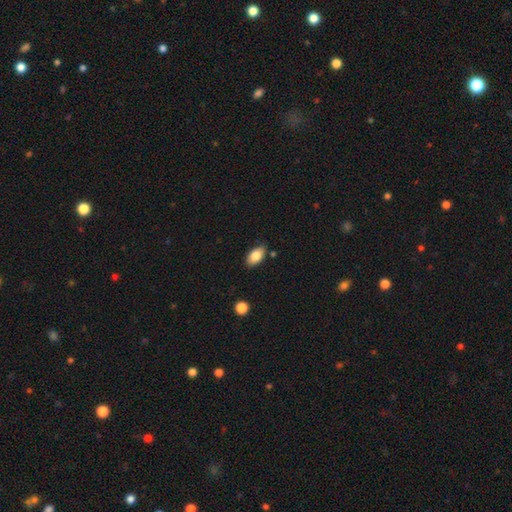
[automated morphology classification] This is clearly a smooth galaxy (82%). How rounded: clearly in between (92%). Merging: clearly none (83%).